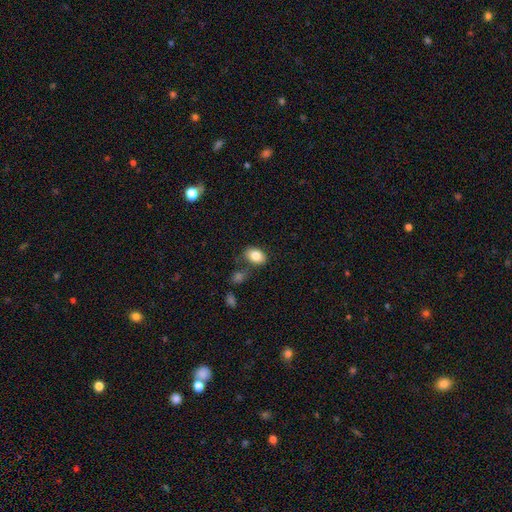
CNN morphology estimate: This is clearly a smooth galaxy (83%). How rounded: clearly in between (86%). Merging: likely none (74%).